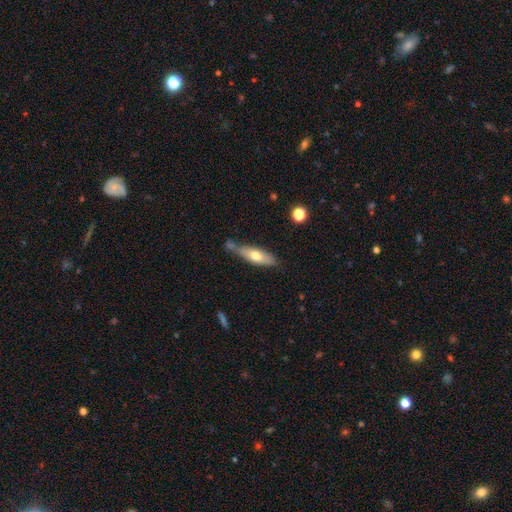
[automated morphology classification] smooth 61%, featured or disk 33%, star or artifact 6%. Down the decision tree: how rounded — cigar-shaped (50%); merging — none (53%).